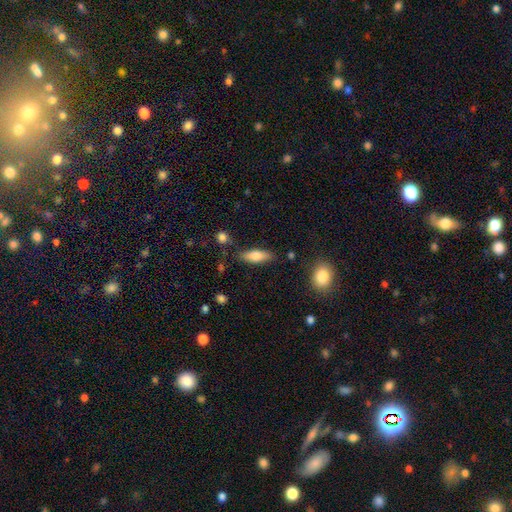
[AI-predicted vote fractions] A smooth galaxy with no disk features (74%) that is in between round and cigar-shaped (64%).

Vote fractions:
- Smooth or featured? smooth: 74% / featured or disk: 19% / star or artifact: 7%
- How rounded? in between: 64% / cigar-shaped: 34% / round: 2%
- Merging? none: 78% / minor disturbance: 15% / merger: 4% / major disturbance: 4%